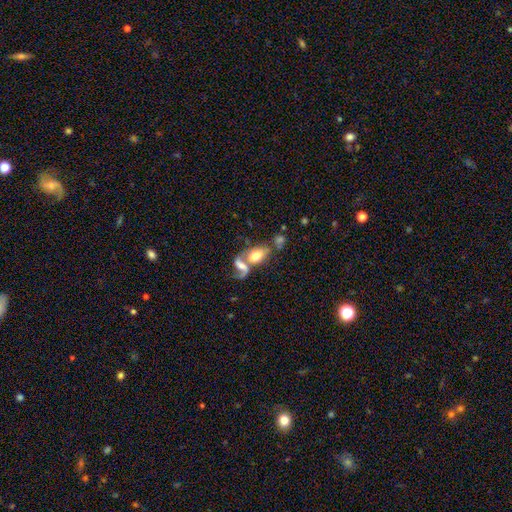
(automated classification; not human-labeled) smooth_or_featured: smooth (p=0.56) [alt: featured or disk p=0.35]
how_rounded: in between (p=0.81) [alt: round p=0.15]
merging: merger (p=0.64) [alt: none p=0.20]